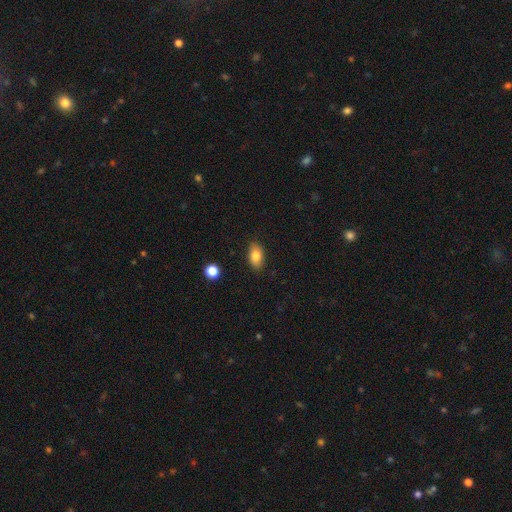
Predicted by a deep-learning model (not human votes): Overall: smooth (81%). How rounded: in between (89%). Merging: none (87%).